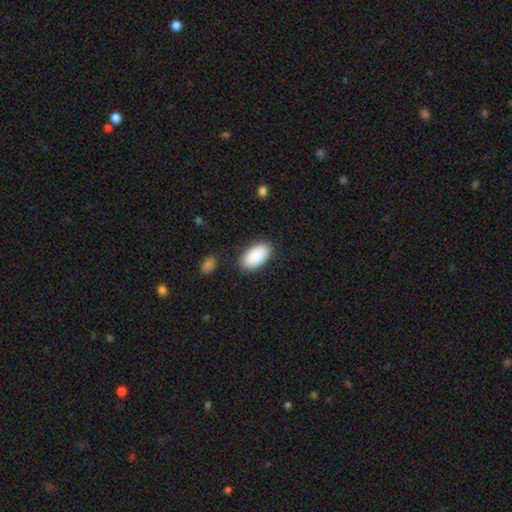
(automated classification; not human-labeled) smooth 90%, star or artifact 6%, featured or disk 4%. Down the decision tree: how rounded — in between (95%); merging — none (86%).